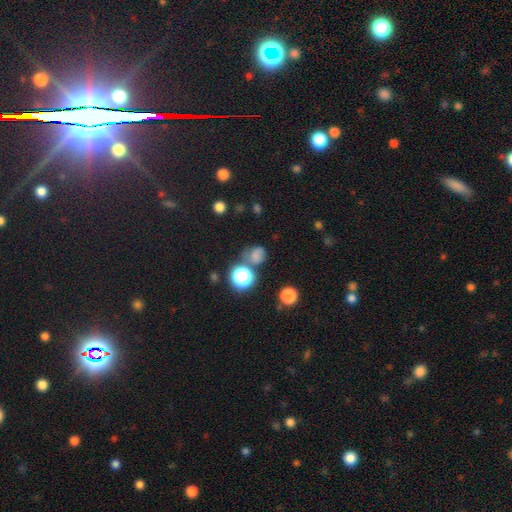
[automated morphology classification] This appears to be a smooth galaxy with no disk features (63%) that is round (76%). Merging: none (59%).